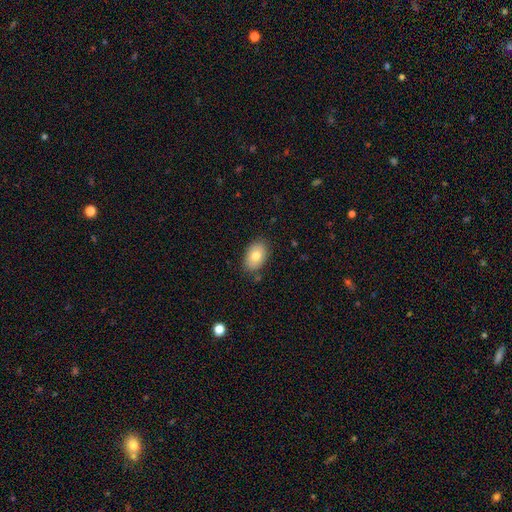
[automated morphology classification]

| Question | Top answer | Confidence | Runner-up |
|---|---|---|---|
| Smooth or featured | smooth | 78% | featured or disk (15%) |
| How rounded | in between | 87% | round (11%) |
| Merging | none | 83% | minor disturbance (13%) |